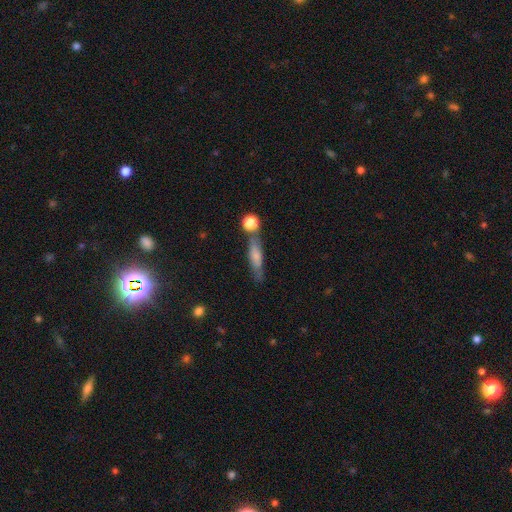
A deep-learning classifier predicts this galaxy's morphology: Smooth or featured? smooth (64%)
How rounded? cigar-shaped (71%)
Merging? none (60%)